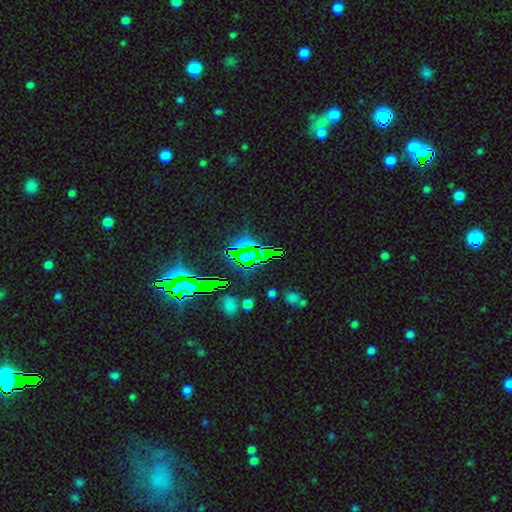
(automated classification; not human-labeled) star or artifact 79%, smooth 12%, featured or disk 9%.